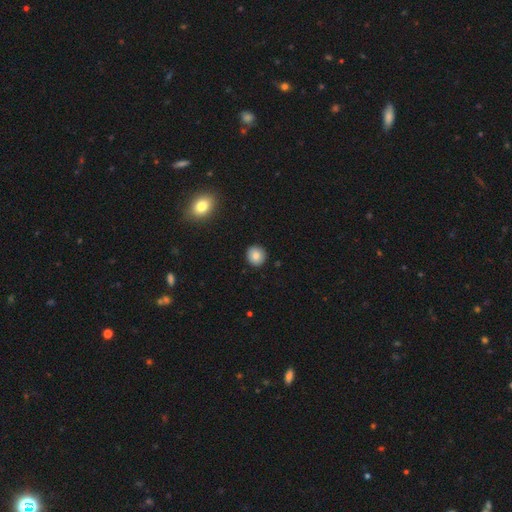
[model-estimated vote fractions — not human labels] smooth_or_featured: smooth (p=0.82) [alt: star or artifact p=0.10]
how_rounded: round (p=0.90) [alt: in between p=0.09]
merging: none (p=0.92) [alt: minor disturbance p=0.05]